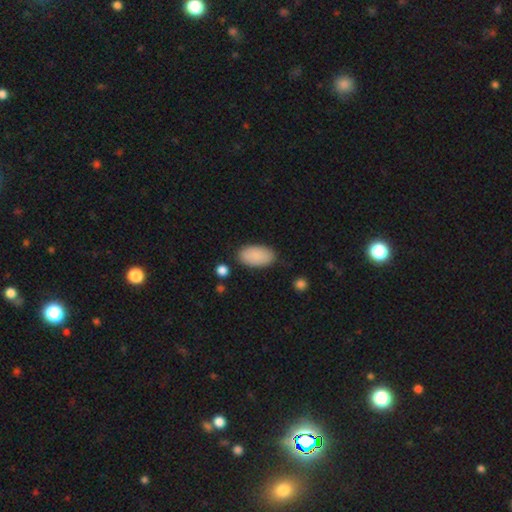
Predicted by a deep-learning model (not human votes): Smooth or featured? Predicted: smooth (p=0.89). How rounded? Predicted: in between (p=0.95). Merging? Predicted: none (p=0.83).